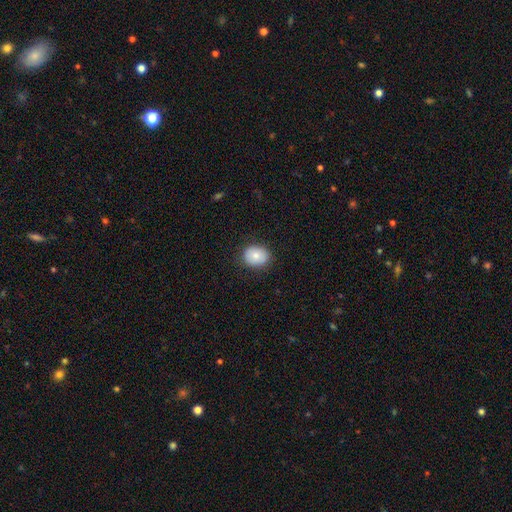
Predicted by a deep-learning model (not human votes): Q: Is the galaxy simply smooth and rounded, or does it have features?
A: smooth — 78%.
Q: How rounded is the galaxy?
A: round — 53%.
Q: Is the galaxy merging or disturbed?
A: none — 85%.